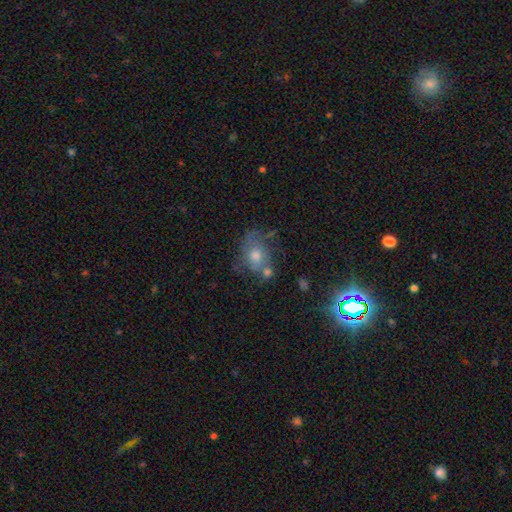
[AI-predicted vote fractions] Overall: smooth (40%; featured or disk 37%). Merging: none (49%; minor disturbance 22%).